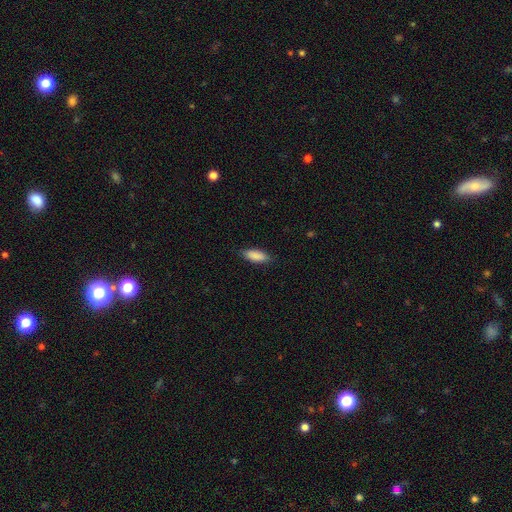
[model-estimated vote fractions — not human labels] Q: Smooth or featured?
A: smooth (88%); runner-up: star or artifact (6%)
Q: How rounded?
A: in between (69%); runner-up: cigar-shaped (29%)
Q: Merging?
A: none (84%); runner-up: minor disturbance (13%)